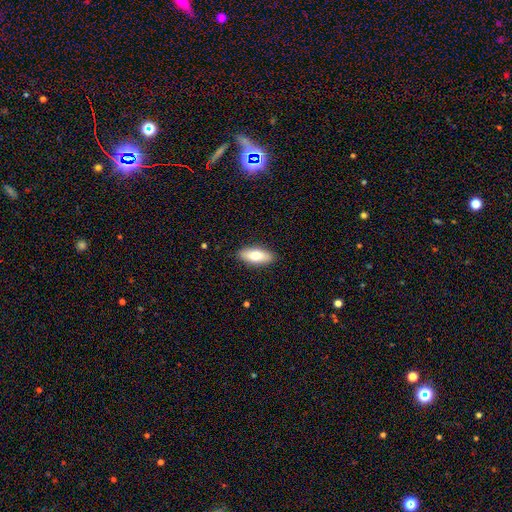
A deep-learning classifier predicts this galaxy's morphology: Smooth or featured? Predicted: smooth (p=0.76). How rounded? Predicted: in between (p=0.80). Merging? Predicted: none (p=0.88).